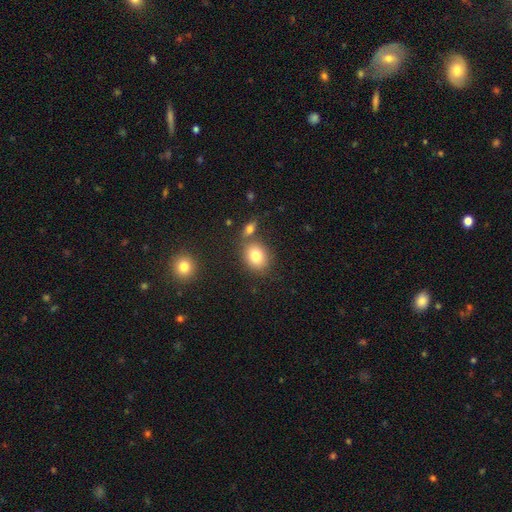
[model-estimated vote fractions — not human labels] Q: Smooth or featured?
A: smooth (81%); runner-up: featured or disk (10%)
Q: How rounded?
A: in between (51%); runner-up: round (48%)
Q: Merging?
A: none (66%); runner-up: merger (19%)